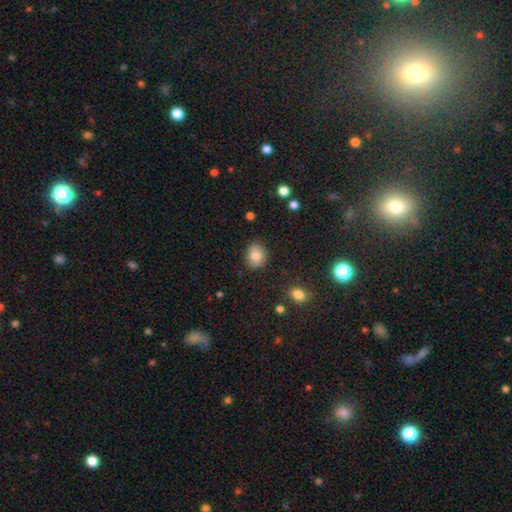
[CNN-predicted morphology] smooth_or_featured: smooth (p=0.80) [alt: featured or disk p=0.11]
how_rounded: round (p=0.65) [alt: in between p=0.34]
merging: none (p=0.86) [alt: minor disturbance p=0.10]